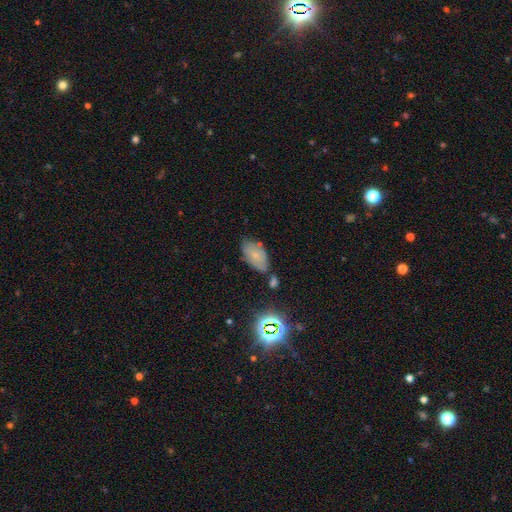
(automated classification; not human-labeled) Overall: smooth (57%; featured or disk 27%). How rounded: in between (92%). Merging: none (59%; minor disturbance 25%).